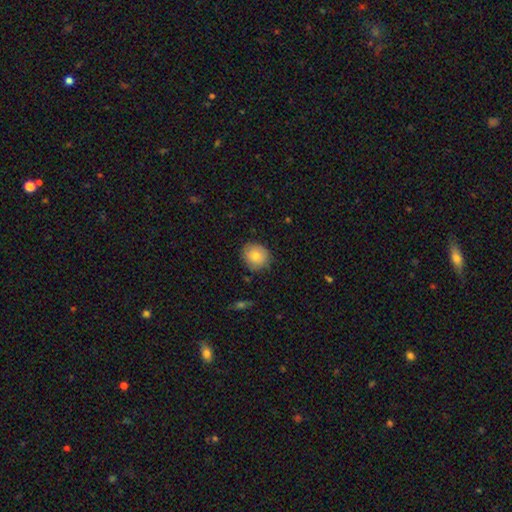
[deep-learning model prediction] Morphology: type=smooth (78%); roundness=round (85%); merging=none (83%).